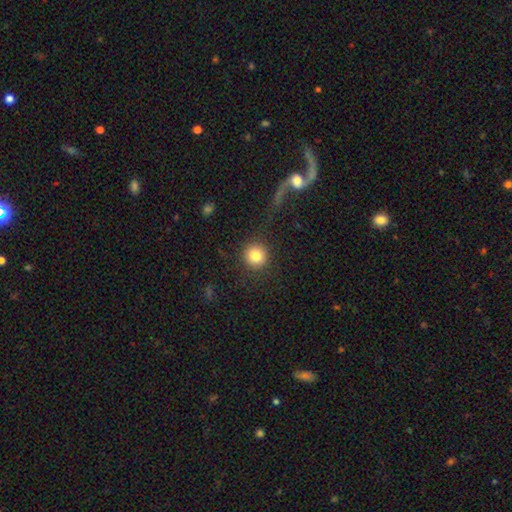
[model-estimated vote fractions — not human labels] This appears to be a smooth galaxy with no disk features (82%) that is round (94%). Merging: none (87%).